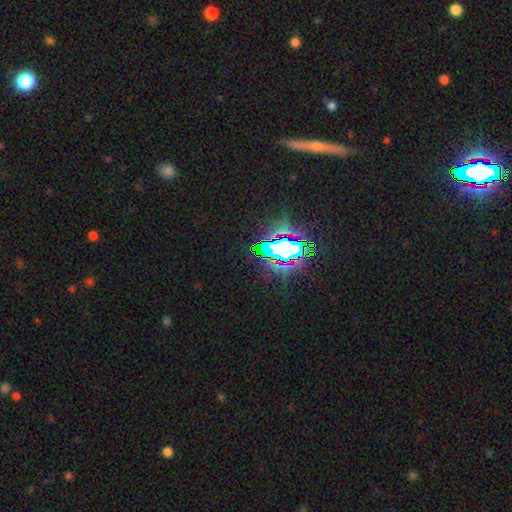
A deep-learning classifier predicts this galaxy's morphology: smooth-or-featured: star or artifact: 80% | smooth: 11% | featured or disk: 10%